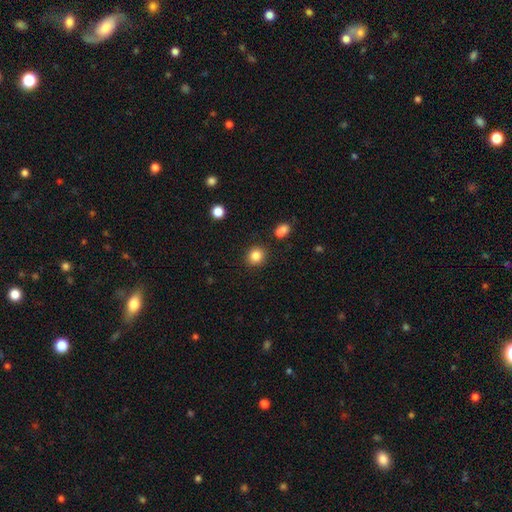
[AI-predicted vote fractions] Smooth or featured? smooth (84%)
How rounded? round (84%)
Merging? none (88%)